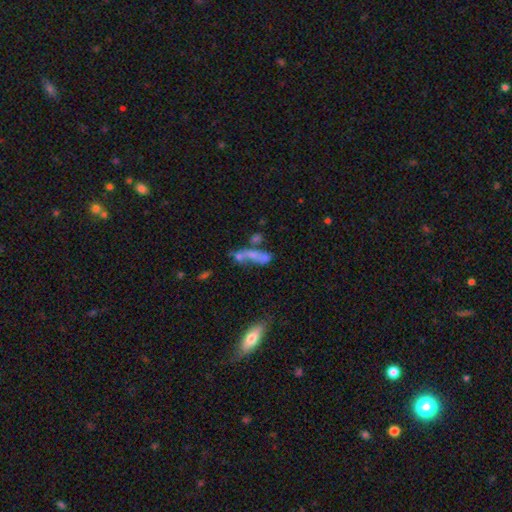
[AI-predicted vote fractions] Q: Smooth or featured?
A: smooth (51%); runner-up: featured or disk (35%)
Q: How rounded?
A: in between (52%); runner-up: cigar-shaped (41%)
Q: Merging?
A: merger (49%); runner-up: none (22%)